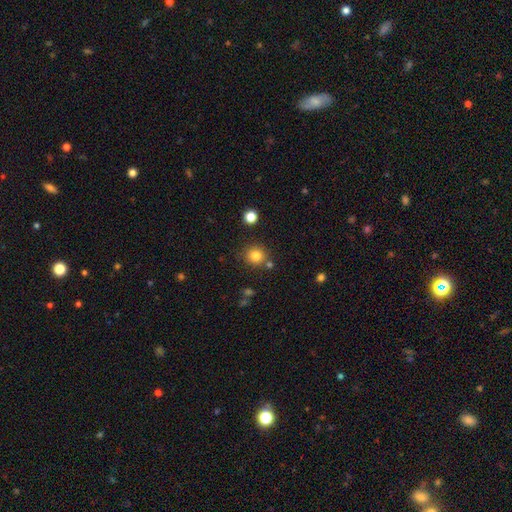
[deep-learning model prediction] Morphology: type=smooth (81%); roundness=round (91%); merging=none (80%).